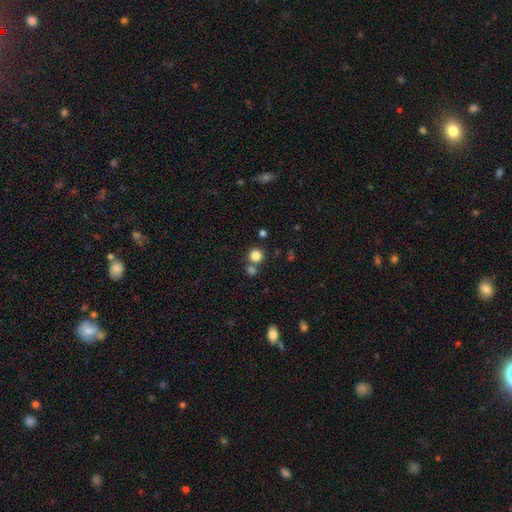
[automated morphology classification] Smooth or featured? Predicted: smooth (p=0.82). How rounded? Predicted: round (p=0.91). Merging? Predicted: none (p=0.69).